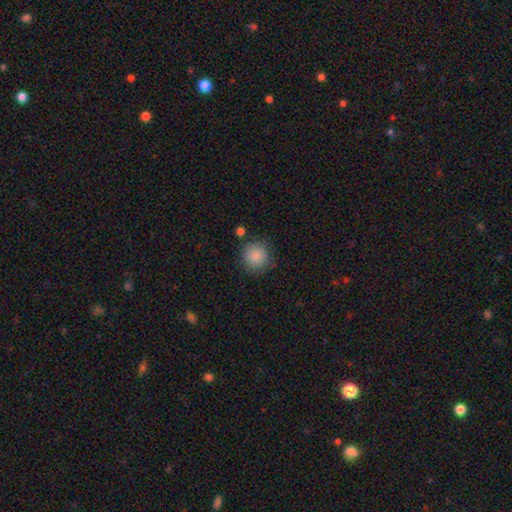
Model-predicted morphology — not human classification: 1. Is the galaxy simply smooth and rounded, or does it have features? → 87% smooth, 8% star or artifact, 4% featured or disk.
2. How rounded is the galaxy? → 93% round, 6% in between, 1% cigar-shaped.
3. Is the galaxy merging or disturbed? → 83% none, 10% minor disturbance, 3% merger, 3% major disturbance.